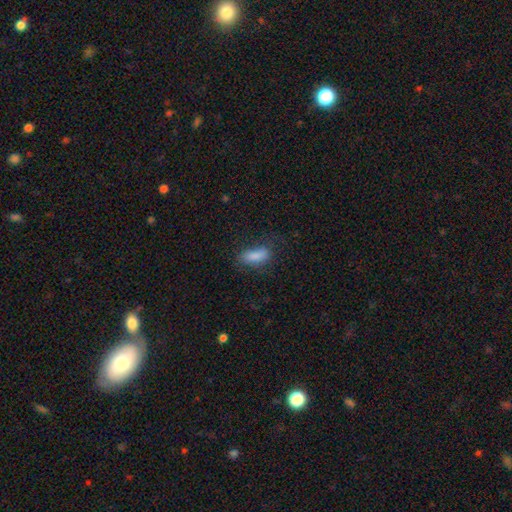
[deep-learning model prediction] This is clearly a smooth galaxy (84%). How rounded: likely in between (78%). Merging: likely none (69%).